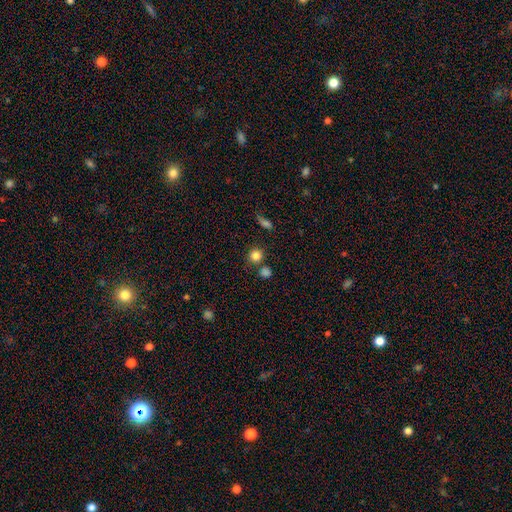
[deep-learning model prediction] A smooth galaxy with no disk features (83%) that is round (89%). Merging: none (73%).